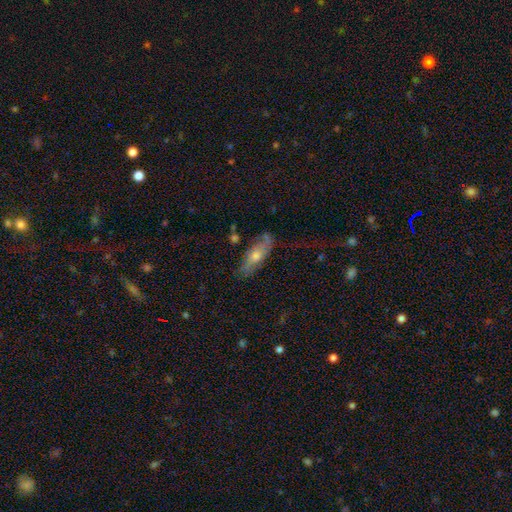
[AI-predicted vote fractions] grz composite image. It shows a featured or disk galaxy (48%). Merging: none (65%).